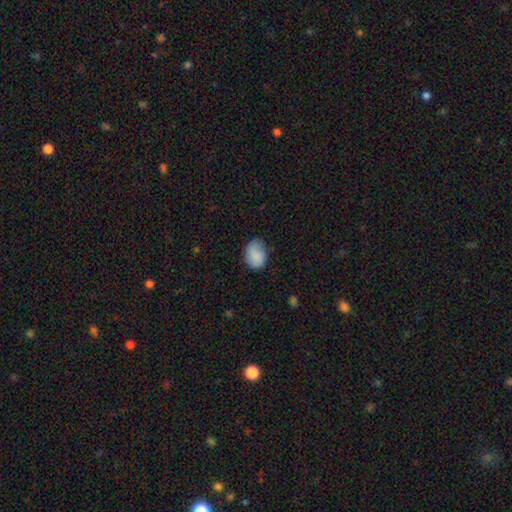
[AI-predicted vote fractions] This is clearly a smooth galaxy (84%). How rounded: likely in between (70%). Merging: possibly none (60%).